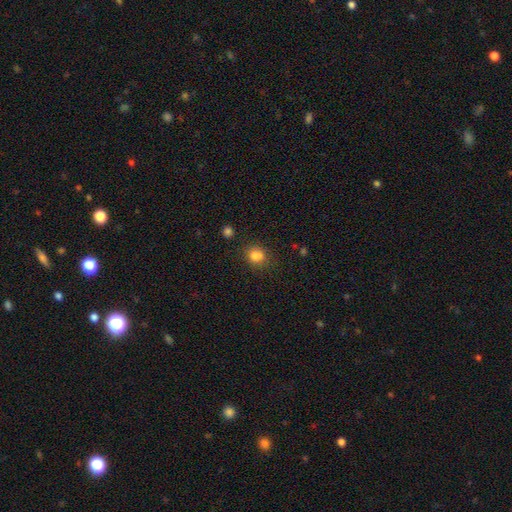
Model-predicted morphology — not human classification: Smooth or featured?
  - smooth: 82% *
  - star or artifact: 12%
  - featured or disk: 6%
How rounded?
  - round: 73% *
  - in between: 26%
  - cigar-shaped: 1%
Merging?
  - none: 70% *
  - minor disturbance: 16%
  - merger: 8%
  - major disturbance: 5%